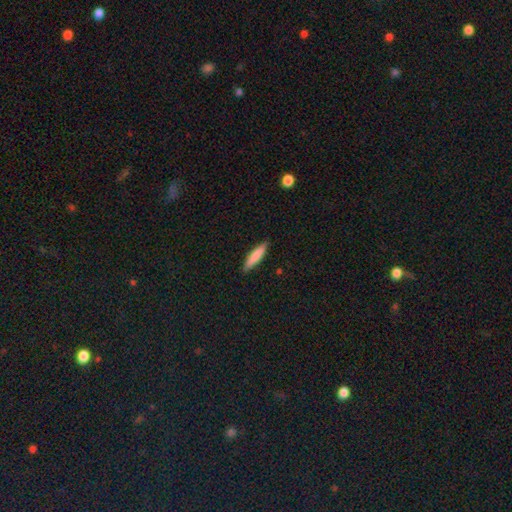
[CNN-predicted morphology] This appears to be a smooth galaxy with no disk features (79%) that is cigar-shaped (83%). Merging: none (88%).